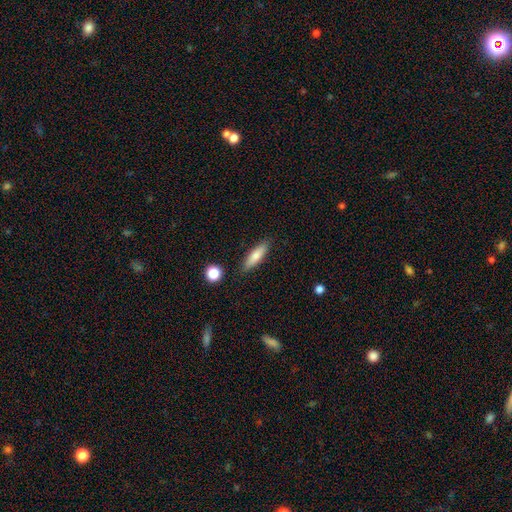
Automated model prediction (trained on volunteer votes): Morphology: type=smooth (73%); roundness=cigar-shaped (62%); merging=none (86%).